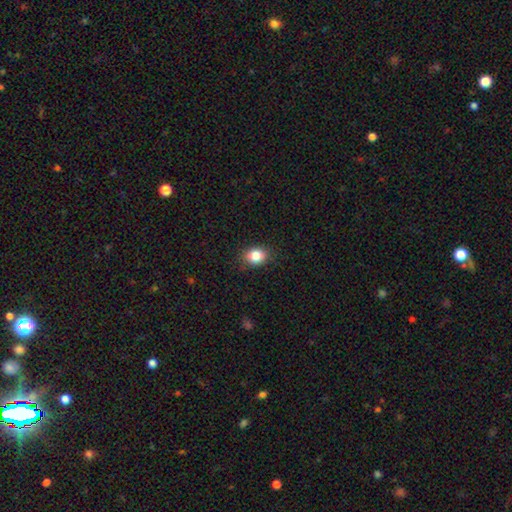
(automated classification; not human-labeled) Smooth or featured? smooth (84%)
How rounded? in between (50%)
Merging? none (84%)